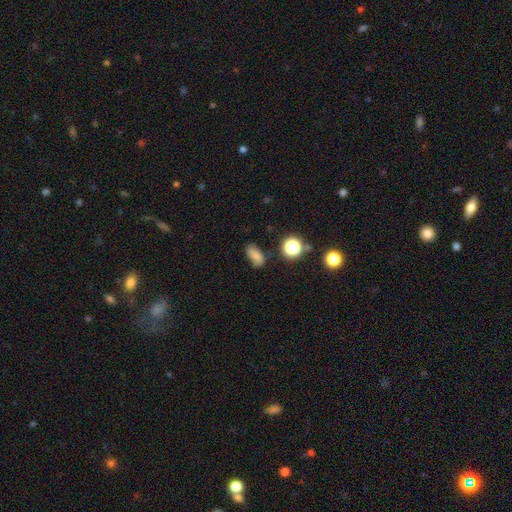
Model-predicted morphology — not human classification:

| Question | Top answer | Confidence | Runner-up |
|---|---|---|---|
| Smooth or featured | smooth | 73% | star or artifact (17%) |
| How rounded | in between | 85% | round (11%) |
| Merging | none | 67% | minor disturbance (23%) |